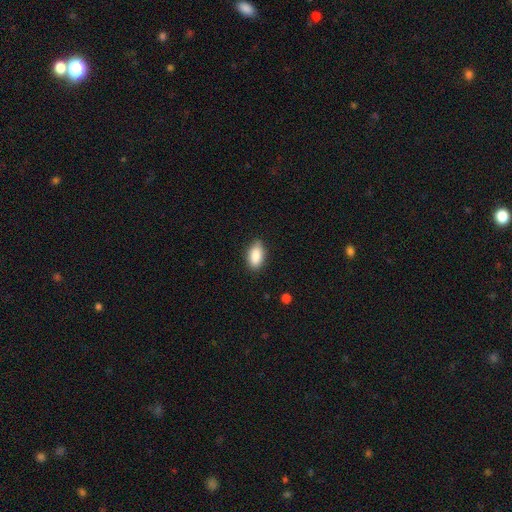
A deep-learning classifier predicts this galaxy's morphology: smooth 88%, star or artifact 7%, featured or disk 5%. Down the decision tree: how rounded — in between (92%); merging — none (81%).